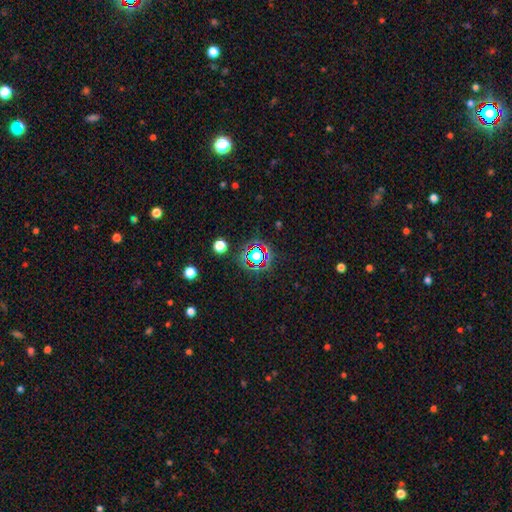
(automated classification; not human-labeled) Smooth or featured? Predicted: star or artifact (p=0.63).